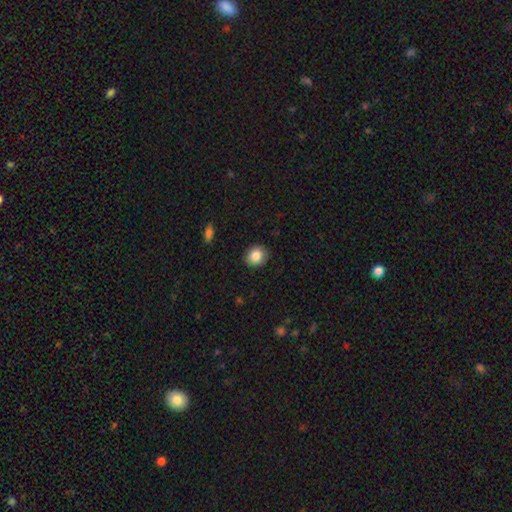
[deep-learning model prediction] Morphology: type=smooth (85%); roundness=round (77%); merging=none (90%).